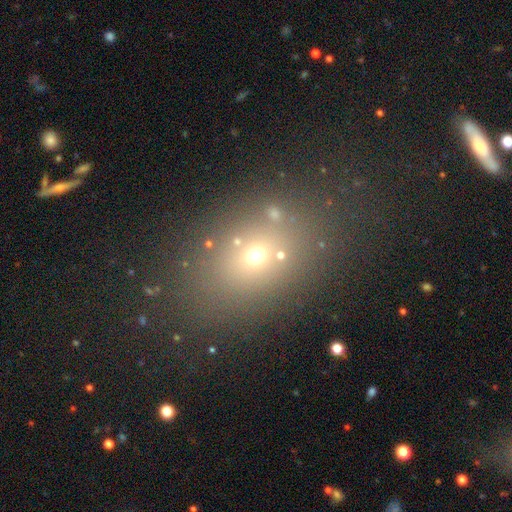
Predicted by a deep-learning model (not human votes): smooth 59%, star or artifact 26%, featured or disk 15%. Down the decision tree: how rounded — in between (64%); merging — none (76%).